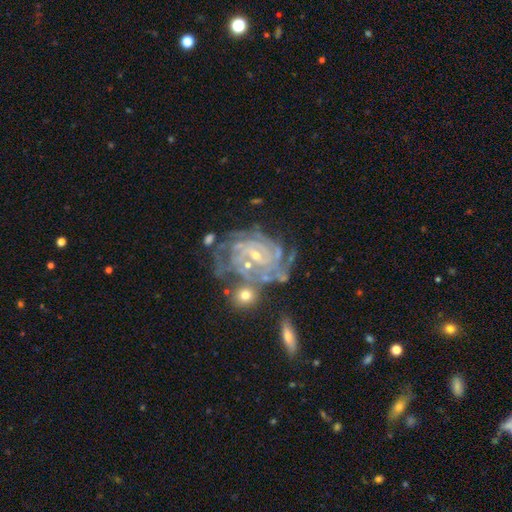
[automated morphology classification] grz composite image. It shows a featured or disk galaxy (89%) with no bar (48%), tight (76%) spiral arms (97%) and a small central bulge (69%). Merging: none (50%).